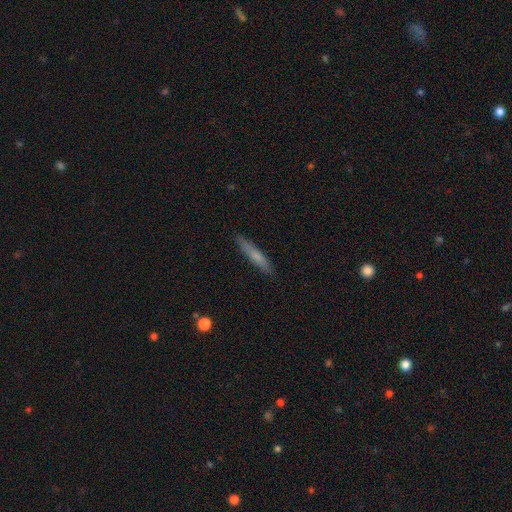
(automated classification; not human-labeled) smooth-or-featured: smooth: 66% | featured or disk: 28% | star or artifact: 6%
  how-rounded: cigar-shaped: 92% | in between: 6% | round: 1%
  merging: none: 87% | minor disturbance: 10% | major disturbance: 2% | merger: 1%